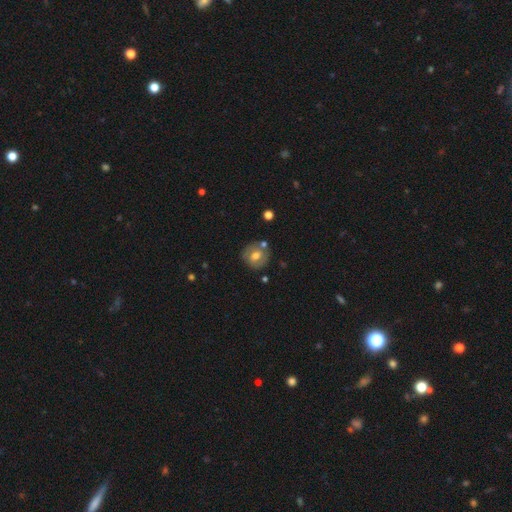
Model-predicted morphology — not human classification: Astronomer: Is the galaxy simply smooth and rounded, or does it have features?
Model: smooth — 57% (runner-up: featured or disk, 35%).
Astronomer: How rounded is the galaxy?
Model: round — 83%.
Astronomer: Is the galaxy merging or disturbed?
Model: none — 76%.